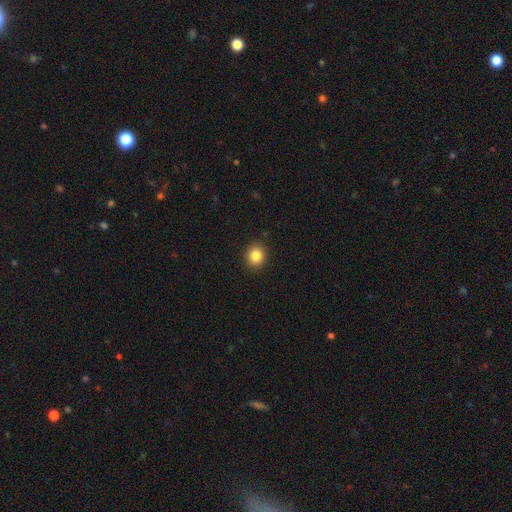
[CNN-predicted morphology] smooth-or-featured: smooth: 84% | star or artifact: 11% | featured or disk: 5%
  how-rounded: round: 80% | in between: 19% | cigar-shaped: 1%
  merging: none: 91% | minor disturbance: 6% | major disturbance: 2% | merger: 1%